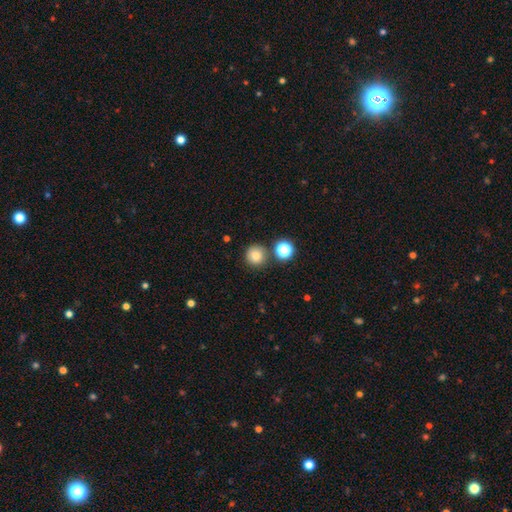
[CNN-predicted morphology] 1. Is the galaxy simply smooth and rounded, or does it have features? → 80% smooth, 13% star or artifact, 6% featured or disk.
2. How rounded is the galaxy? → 94% round, 5% in between, 1% cigar-shaped.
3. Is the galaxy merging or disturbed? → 80% none, 9% merger, 9% minor disturbance, 3% major disturbance.